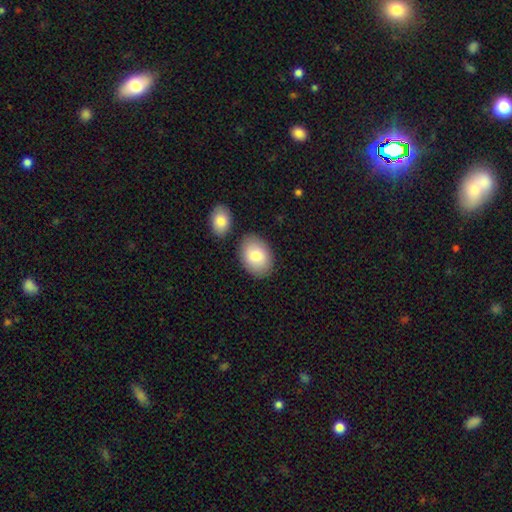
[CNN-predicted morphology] Smooth or featured? Predicted: smooth (p=0.82). How rounded? Predicted: in between (p=0.80). Merging? Predicted: none (p=0.79).